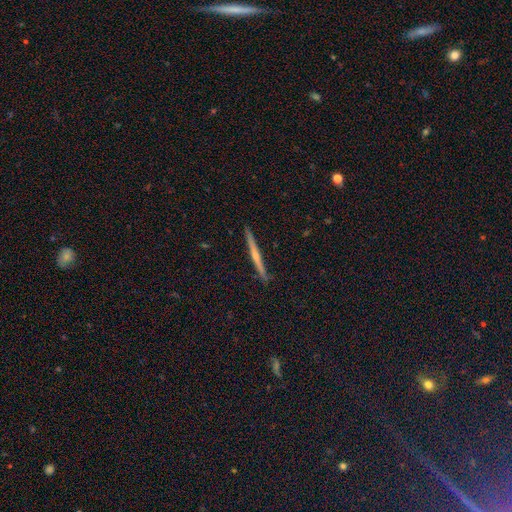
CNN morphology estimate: This is likely a featured or disk galaxy (68%). It is clearly viewed edge-on (98%). Edge-on bulge: likely rounded (65%). Merging: clearly none (90%).